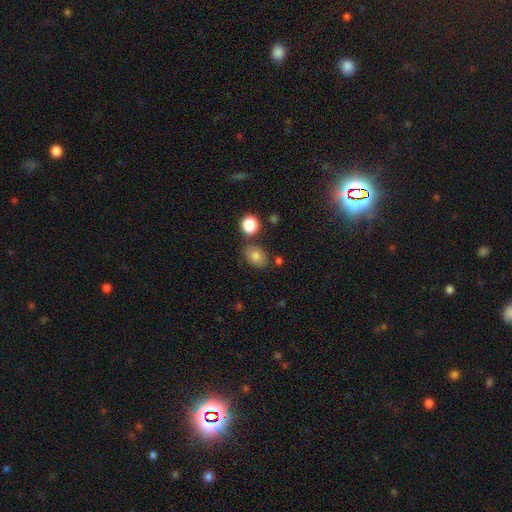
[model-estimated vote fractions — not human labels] Morphology: type=smooth (80%); roundness=in between (71%); merging=none (73%).